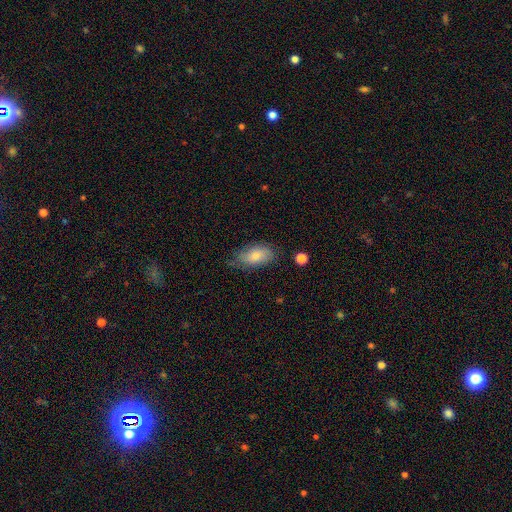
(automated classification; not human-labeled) This is likely a smooth galaxy (77%). How rounded: clearly in between (92%). Merging: likely none (67%).